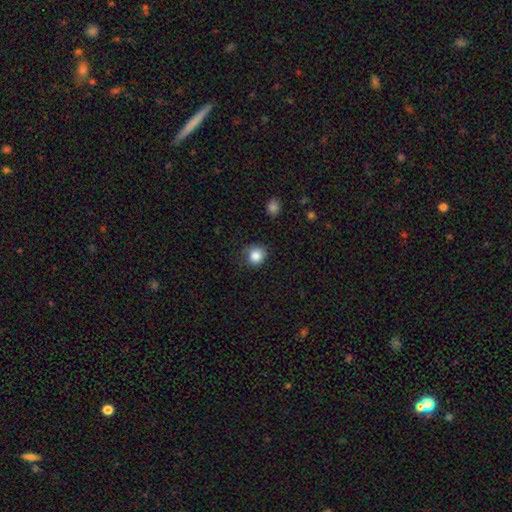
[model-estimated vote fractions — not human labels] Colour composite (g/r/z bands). It shows a smooth galaxy with no disk features (85%) that is round (87%). Merging: none (75%).